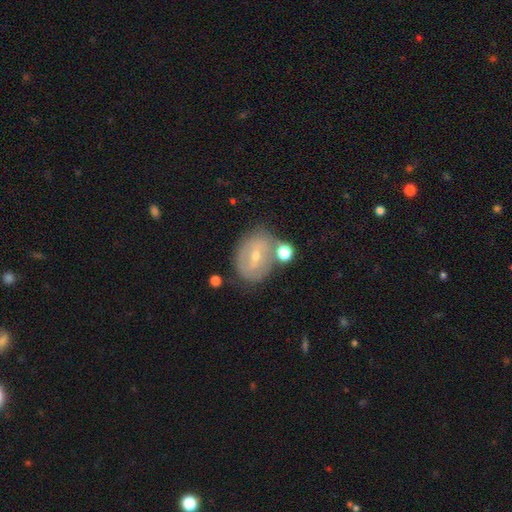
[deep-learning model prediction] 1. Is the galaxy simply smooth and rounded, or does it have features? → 62% featured or disk, 28% smooth, 10% star or artifact.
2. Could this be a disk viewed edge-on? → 94% no, 6% yes.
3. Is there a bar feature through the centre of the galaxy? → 43% weak, 28% no, 28% strong.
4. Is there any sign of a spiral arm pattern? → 50% yes (tied), 50% no (tied).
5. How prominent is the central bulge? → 62% small, 35% moderate, 1% large, 1% none, 1% dominant.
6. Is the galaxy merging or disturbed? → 64% none, 17% minor disturbance, 12% merger, 7% major disturbance.